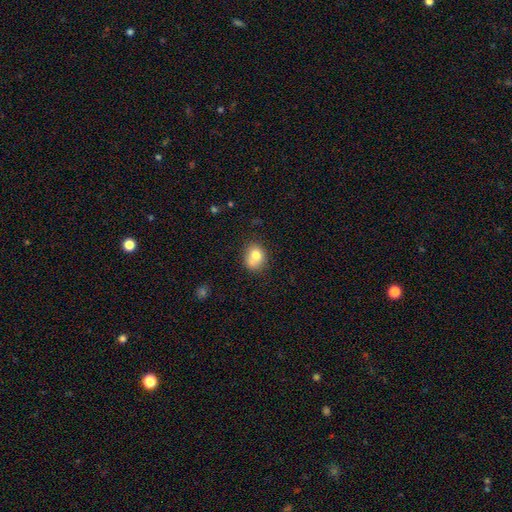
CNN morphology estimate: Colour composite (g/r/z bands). It shows a smooth galaxy with no disk features (76%) that is round (61%). Merging: none (53%).